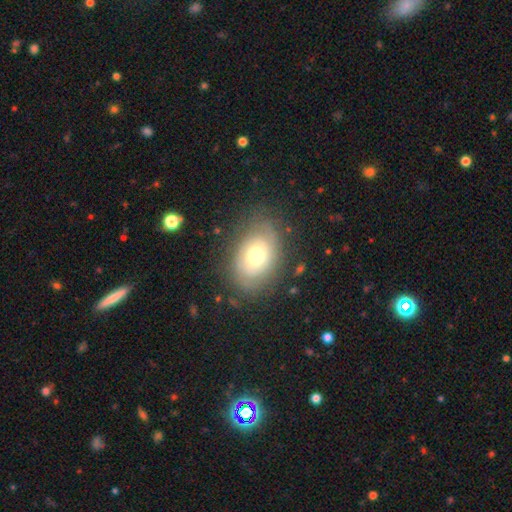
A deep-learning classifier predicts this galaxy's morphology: smooth_or_featured: featured or disk (p=0.53) [alt: smooth p=0.39]
disk_edge_on: no (p=0.94) [alt: yes p=0.06]
merging: none (p=0.75) [alt: minor disturbance p=0.17]